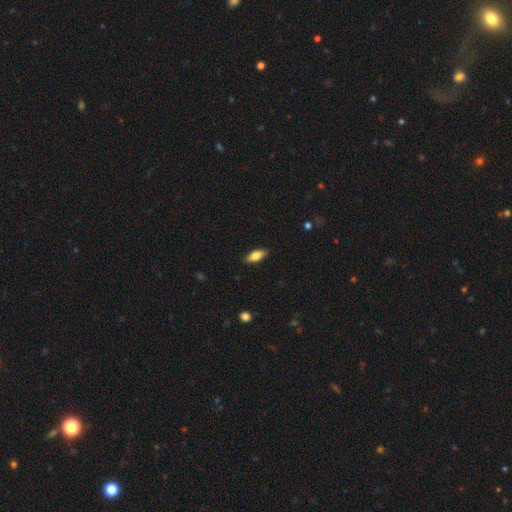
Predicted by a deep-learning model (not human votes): A smooth galaxy with no disk features (74%) that is in between round and cigar-shaped (76%).

Vote fractions:
- Smooth or featured? smooth: 74% / featured or disk: 19% / star or artifact: 7%
- How rounded? in between: 76% / cigar-shaped: 22% / round: 3%
- Merging? none: 88% / minor disturbance: 9% / major disturbance: 2% / merger: 1%